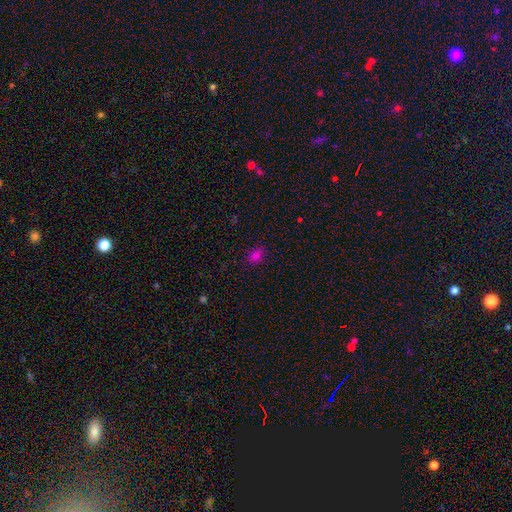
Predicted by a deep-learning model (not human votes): Smooth or featured: smooth — 79% (star or artifact — 17%)
How rounded: in between — 77% (round — 22%)
Merging: none — 84% (minor disturbance — 12%)